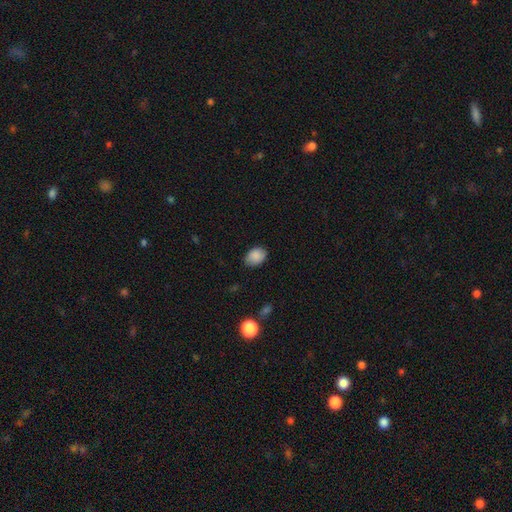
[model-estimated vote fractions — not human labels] smooth 87%, star or artifact 8%, featured or disk 5%. Down the decision tree: how rounded — in between (75%); merging — none (80%).